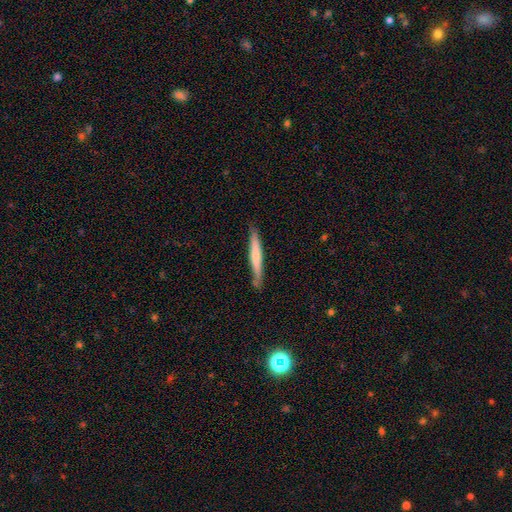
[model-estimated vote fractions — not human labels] This is likely a smooth galaxy (60%). How rounded: clearly cigar-shaped (95%). Merging: clearly none (81%).